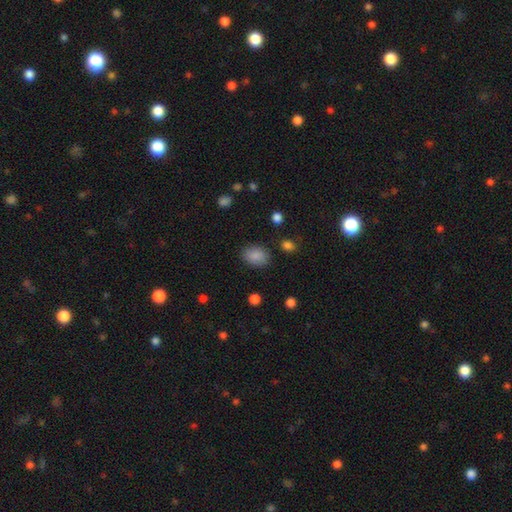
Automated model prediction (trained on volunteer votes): This appears to be a smooth galaxy with no disk features (86%) that is in between round and cigar-shaped (74%). Merging: none (84%).